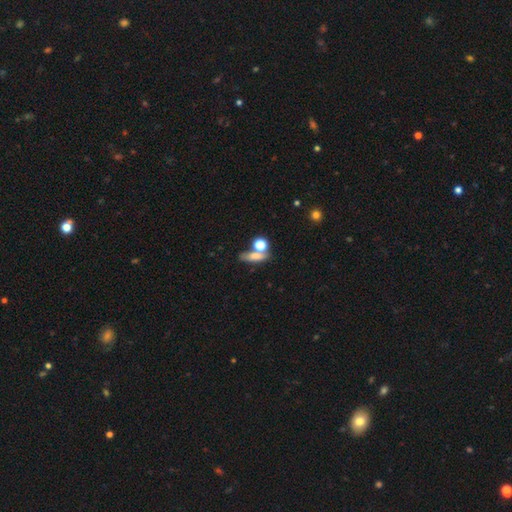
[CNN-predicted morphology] Smooth or featured? Predicted: smooth (p=0.68). How rounded? Predicted: in between (p=0.40). Merging? Predicted: none (p=0.51).